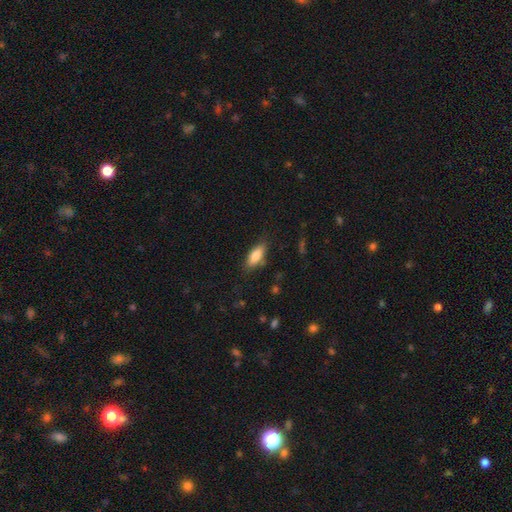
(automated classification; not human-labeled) A smooth galaxy with no disk features (81%) that is in between round and cigar-shaped (74%).

Vote fractions:
- Smooth or featured? smooth: 81% / featured or disk: 12% / star or artifact: 7%
- How rounded? in between: 74% / cigar-shaped: 24% / round: 2%
- Merging? none: 80% / minor disturbance: 14% / major disturbance: 4% / merger: 2%